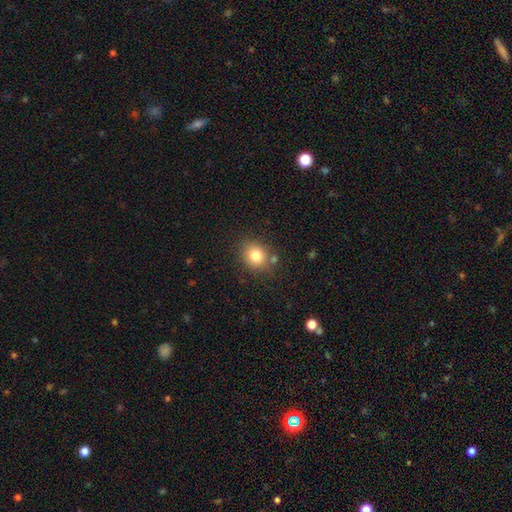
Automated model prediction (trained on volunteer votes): smooth-or-featured: smooth: 79% | star or artifact: 12% | featured or disk: 9%
  how-rounded: round: 74% | in between: 25% | cigar-shaped: 1%
  merging: none: 78% | minor disturbance: 12% | merger: 7% | major disturbance: 3%